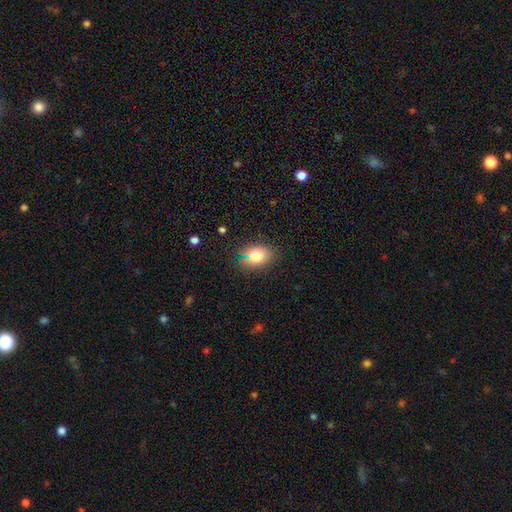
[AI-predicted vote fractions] Smooth or featured? smooth (79%)
How rounded? in between (71%)
Merging? none (80%)